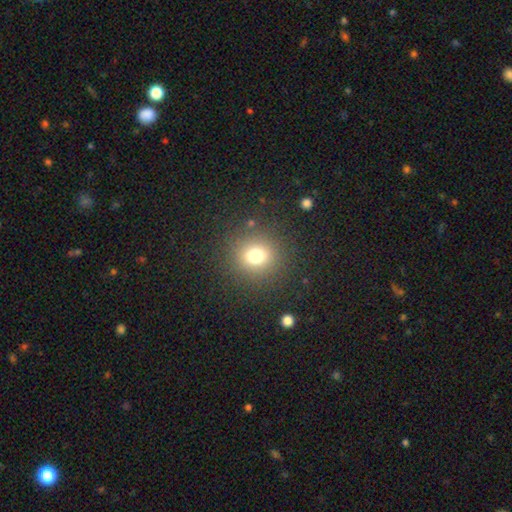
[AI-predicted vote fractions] smooth 74%, star or artifact 17%, featured or disk 9%. Down the decision tree: how rounded — round (88%); merging — none (87%).